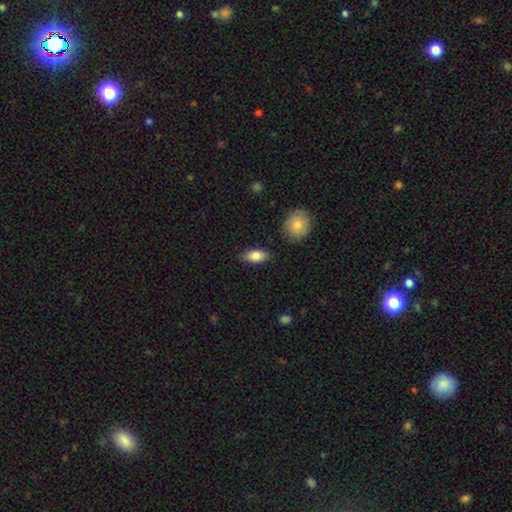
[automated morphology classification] Smooth or featured?
  - smooth: 83% *
  - featured or disk: 10%
  - star or artifact: 7%
How rounded?
  - in between: 88% *
  - cigar-shaped: 8%
  - round: 4%
Merging?
  - none: 84% *
  - minor disturbance: 11%
  - major disturbance: 2%
  - merger: 2%